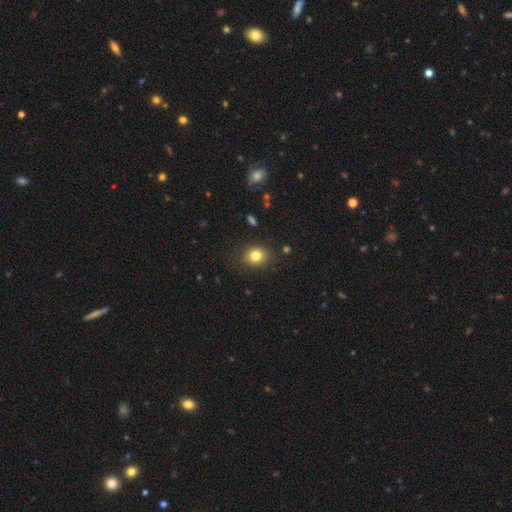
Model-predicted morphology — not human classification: Q: Smooth or featured?
A: smooth (82%); runner-up: star or artifact (11%)
Q: How rounded?
A: round (69%); runner-up: in between (30%)
Q: Merging?
A: none (86%); runner-up: minor disturbance (10%)